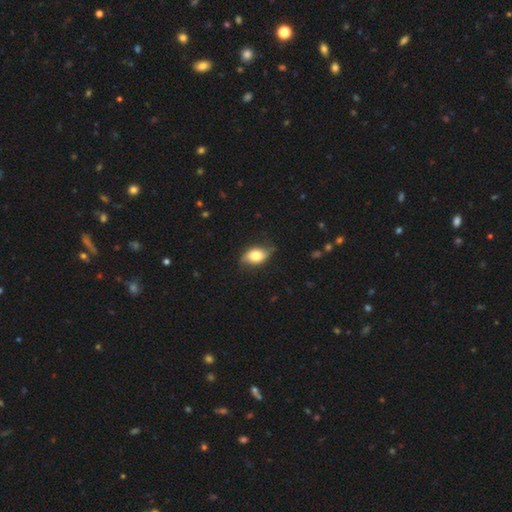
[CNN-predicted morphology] This appears to be a smooth galaxy with no disk features (65%) that is in between round and cigar-shaped (83%). Merging: none (69%).